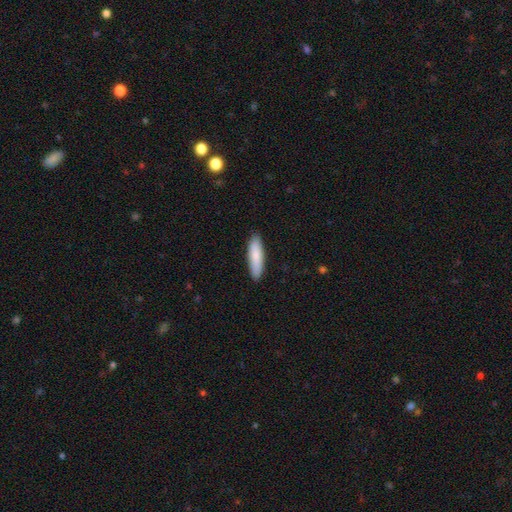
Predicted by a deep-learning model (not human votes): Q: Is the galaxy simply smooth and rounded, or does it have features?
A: smooth — 83%.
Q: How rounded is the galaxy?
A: cigar-shaped — 69%.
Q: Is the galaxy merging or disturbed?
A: none — 89%.